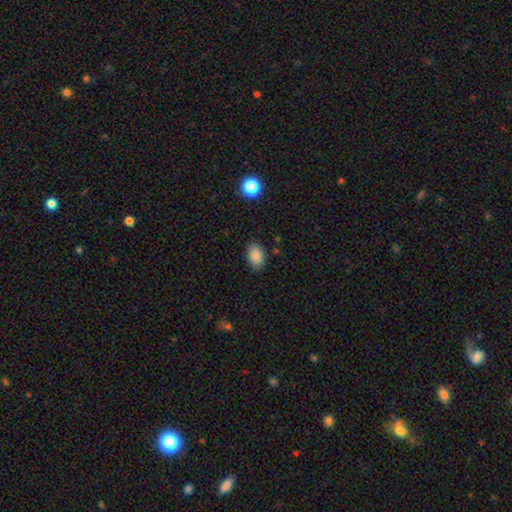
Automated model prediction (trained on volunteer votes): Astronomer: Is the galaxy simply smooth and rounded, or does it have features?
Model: smooth — 86%.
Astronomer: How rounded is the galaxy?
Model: in between — 88%.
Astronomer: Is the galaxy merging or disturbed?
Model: none — 85%.